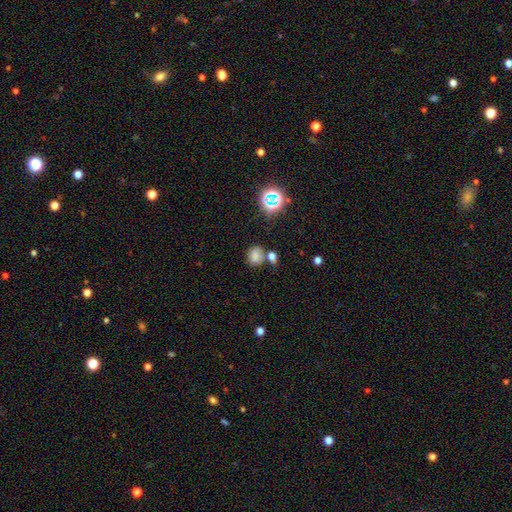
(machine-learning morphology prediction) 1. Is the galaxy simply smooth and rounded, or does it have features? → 72% smooth, 20% star or artifact, 8% featured or disk.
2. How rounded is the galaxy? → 55% round, 43% in between, 1% cigar-shaped.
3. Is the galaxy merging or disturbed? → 61% none, 19% merger, 15% minor disturbance, 5% major disturbance.